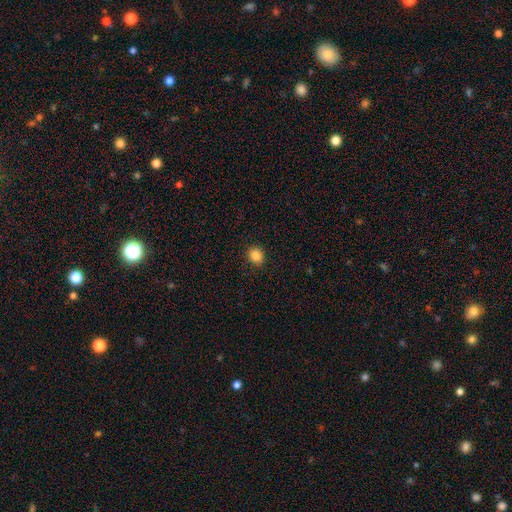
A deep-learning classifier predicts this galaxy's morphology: smooth 86%, star or artifact 10%, featured or disk 4%. Down the decision tree: how rounded — round (72%); merging — none (91%).